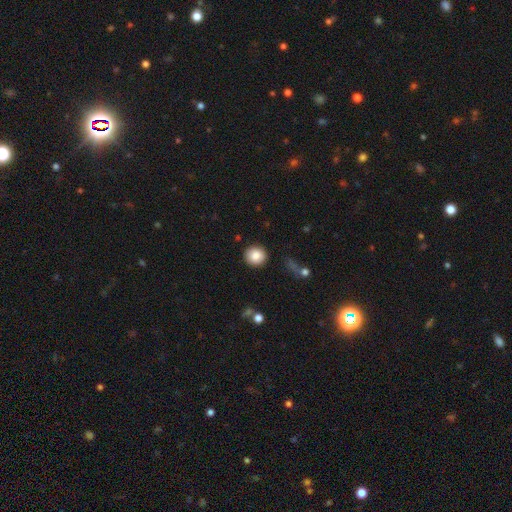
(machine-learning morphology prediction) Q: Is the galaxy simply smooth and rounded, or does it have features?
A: smooth — 87%.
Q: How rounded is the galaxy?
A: round — 90%.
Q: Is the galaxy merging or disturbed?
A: none — 89%.